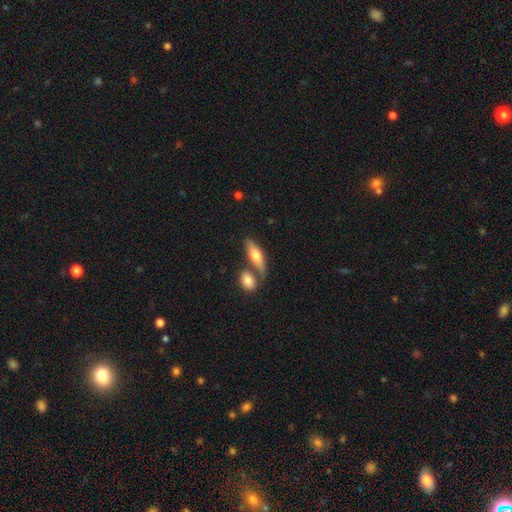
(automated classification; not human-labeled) Smooth or featured?
  - smooth: 63% *
  - featured or disk: 31%
  - star or artifact: 6%
How rounded?
  - in between: 57% *
  - cigar-shaped: 39%
  - round: 4%
Merging?
  - none: 56% *
  - merger: 29%
  - minor disturbance: 11%
  - major disturbance: 4%